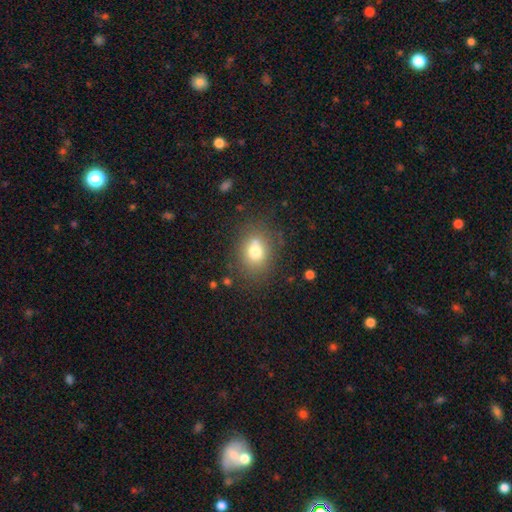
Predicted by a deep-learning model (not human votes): Morphology: type=smooth (74%); roundness=in between (56%); merging=none (86%).